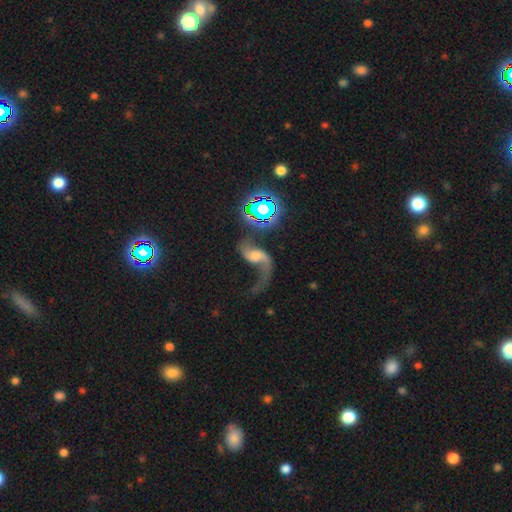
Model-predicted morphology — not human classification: Smooth or featured: featured or disk — 78% (star or artifact — 12%)
Edge-on disk: no — 96% (yes — 4%)
Bar: no — 51% (weak — 33%)
Spiral arms: yes — 94% (no — 6%)
Spiral winding: loose — 89% (medium — 9%)
Spiral arm count: 2 — 78% (1 — 18%)
Bulge size: moderate — 33% (small — 26%)
Merging: none — 41% (major disturbance — 32%)